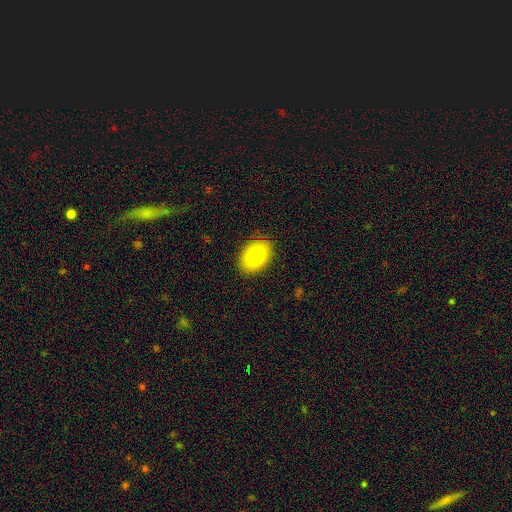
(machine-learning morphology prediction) The model was most divided on "how rounded": in between: 79%, round: 20%, cigar-shaped: 1%. More confident: merging — none (88%); smooth or featured — smooth (78%).